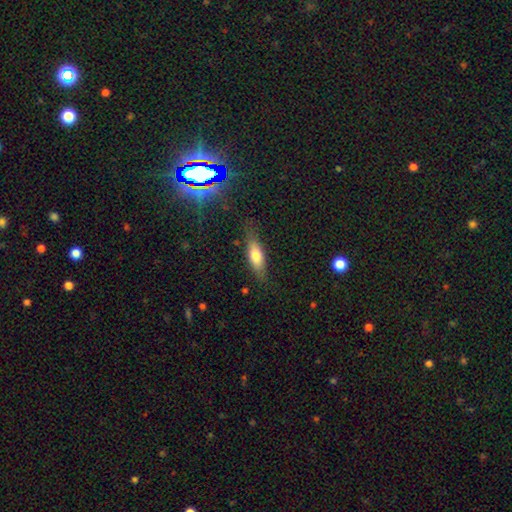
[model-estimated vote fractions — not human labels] smooth_or_featured: smooth (p=0.67) [alt: featured or disk p=0.25]
how_rounded: in between (p=0.56) [alt: cigar-shaped p=0.41]
merging: none (p=0.76) [alt: minor disturbance p=0.18]